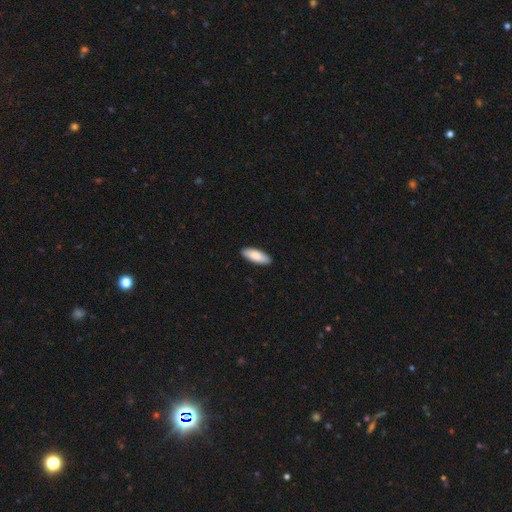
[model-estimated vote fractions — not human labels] A smooth galaxy with no disk features (86%) that is in between round and cigar-shaped (74%). Merging: none (91%).